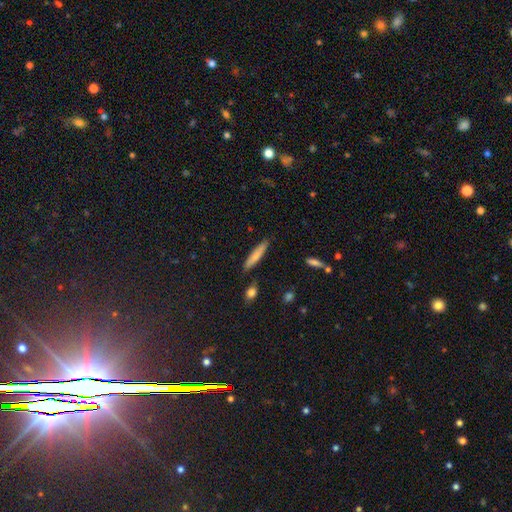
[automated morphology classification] Smooth or featured: smooth — 75% (featured or disk — 19%)
How rounded: cigar-shaped — 90% (in between — 9%)
Merging: none — 84% (minor disturbance — 11%)